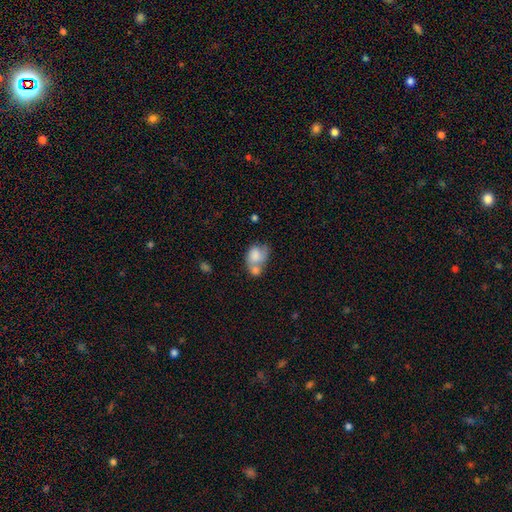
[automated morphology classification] A smooth galaxy with no disk features (71%) that is in between round and cigar-shaped (64%).

Vote fractions:
- Smooth or featured? smooth: 71% / featured or disk: 21% / star or artifact: 8%
- How rounded? in between: 64% / round: 35% / cigar-shaped: 1%
- Merging? merger: 60% / none: 19% / minor disturbance: 12% / major disturbance: 9%